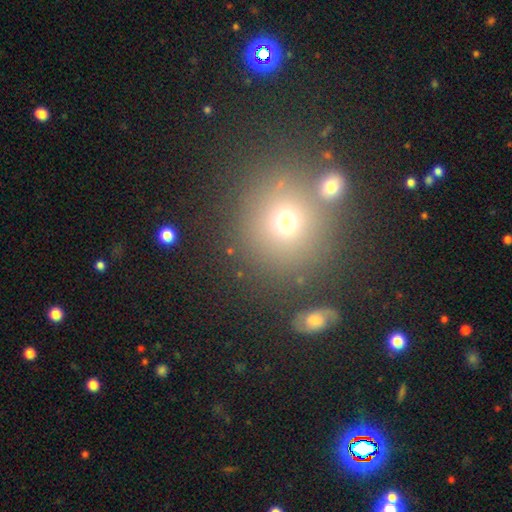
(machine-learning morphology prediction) smooth 61%, star or artifact 27%, featured or disk 12%. Down the decision tree: how rounded — round (90%); merging — none (77%).